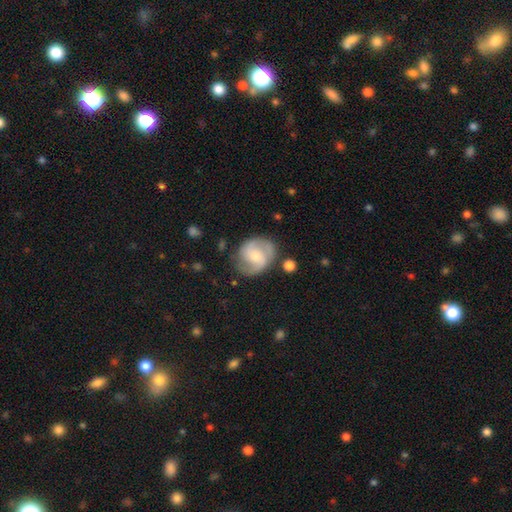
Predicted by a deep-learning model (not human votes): The model was most divided on "bar": weak: 45%, no: 42%, strong: 14%. Remaining: edge-on disk — no (98%); spiral arms — yes (93%); spiral arm count — 2 (85%); smooth or featured — featured or disk (74%); merging — none (72%); spiral winding — medium (52%); bulge size — small (49%).